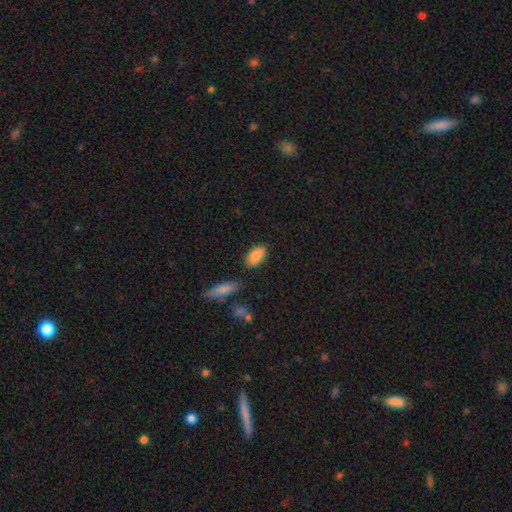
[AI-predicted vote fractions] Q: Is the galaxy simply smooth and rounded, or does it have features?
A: smooth — 85%.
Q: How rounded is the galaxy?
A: in between — 92%.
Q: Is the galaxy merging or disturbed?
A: none — 81%.